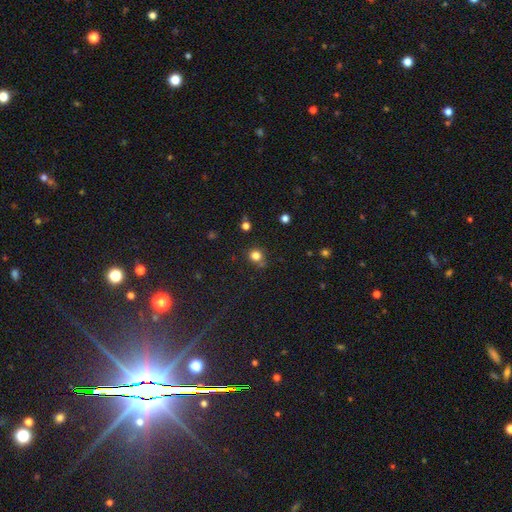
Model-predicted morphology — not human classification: Overall: smooth (79%). How rounded: round (88%). Merging: none (77%).